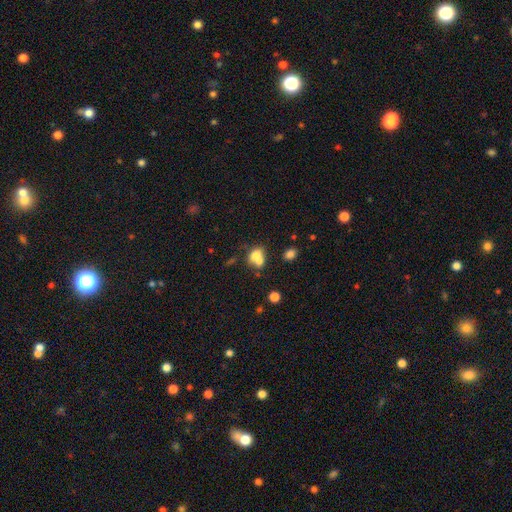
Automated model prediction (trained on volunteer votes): Smooth or featured? Predicted: smooth (p=0.69). How rounded? Predicted: in between (p=0.50). Merging? Predicted: merger (p=0.57).